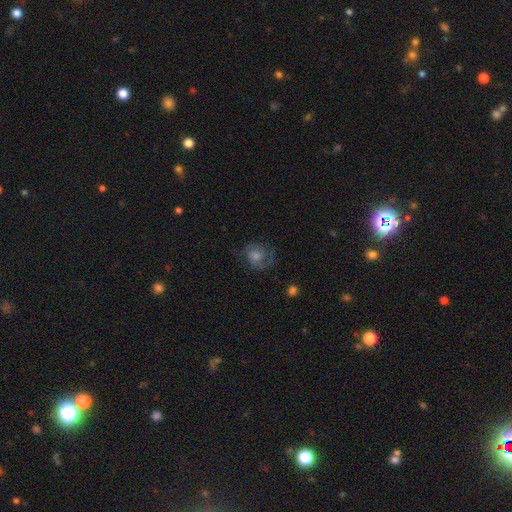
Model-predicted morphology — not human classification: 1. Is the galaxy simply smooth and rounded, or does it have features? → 56% featured or disk, 29% smooth, 15% star or artifact.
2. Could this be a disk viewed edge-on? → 97% no, 3% yes.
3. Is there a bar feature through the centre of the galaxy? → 69% no, 27% weak, 4% strong.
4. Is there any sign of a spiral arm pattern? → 84% yes, 16% no.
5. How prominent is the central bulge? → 47% moderate, 30% small, 13% large, 8% none, 2% dominant.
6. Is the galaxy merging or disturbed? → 68% none, 18% minor disturbance, 13% major disturbance, 1% merger.